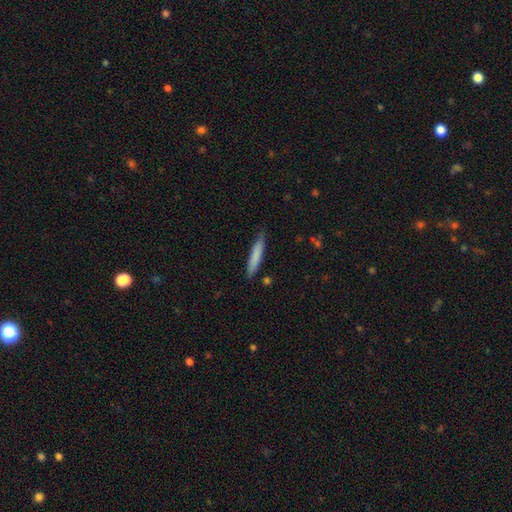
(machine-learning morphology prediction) Q: Smooth or featured?
A: smooth (78%); runner-up: featured or disk (17%)
Q: How rounded?
A: cigar-shaped (91%); runner-up: in between (8%)
Q: Merging?
A: none (82%); runner-up: minor disturbance (14%)